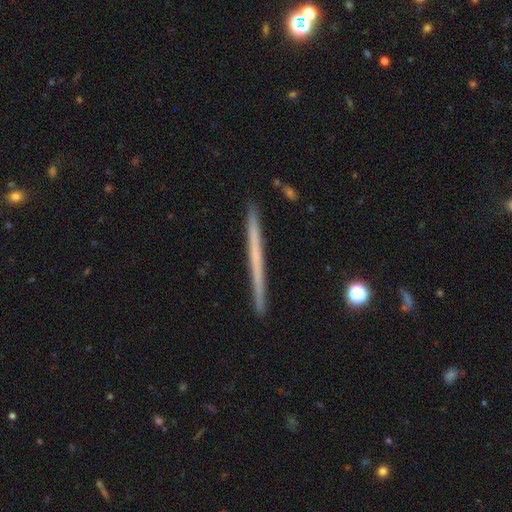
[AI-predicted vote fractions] The model was most divided on "smooth or featured": featured or disk: 53%, smooth: 41%, star or artifact: 5%. More confident: edge-on disk — yes (98%); edge-on bulge — none (93%); merging — none (92%).